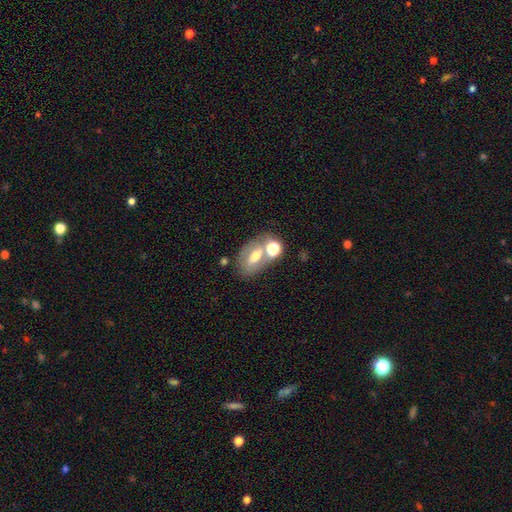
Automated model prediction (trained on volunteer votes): Smooth or featured: smooth — 47% (featured or disk — 42%)
Merging: none — 49% (merger — 28%)